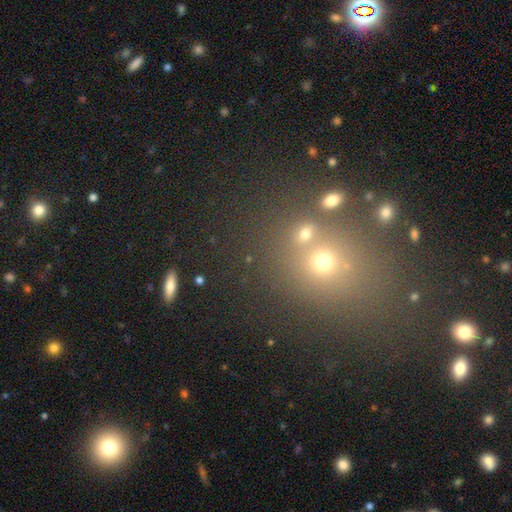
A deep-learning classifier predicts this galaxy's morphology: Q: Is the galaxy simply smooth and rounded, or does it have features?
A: smooth — 47%.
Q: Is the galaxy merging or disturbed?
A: none — 71%.